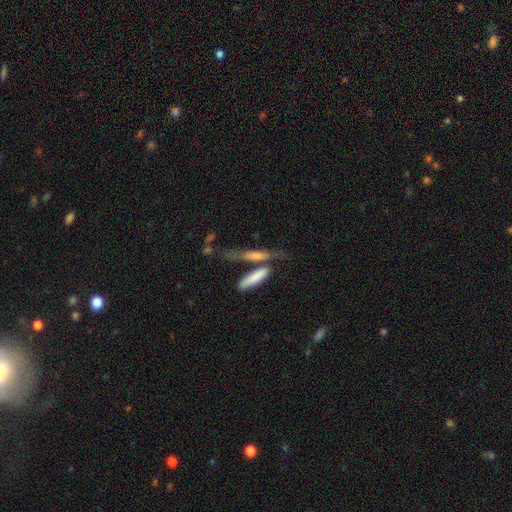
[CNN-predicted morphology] Smooth or featured?
  - smooth: 54% *
  - featured or disk: 36%
  - star or artifact: 10%
How rounded?
  - cigar-shaped: 83% *
  - in between: 15%
  - round: 2%
Merging?
  - none: 46% *
  - merger: 31%
  - minor disturbance: 14%
  - major disturbance: 9%